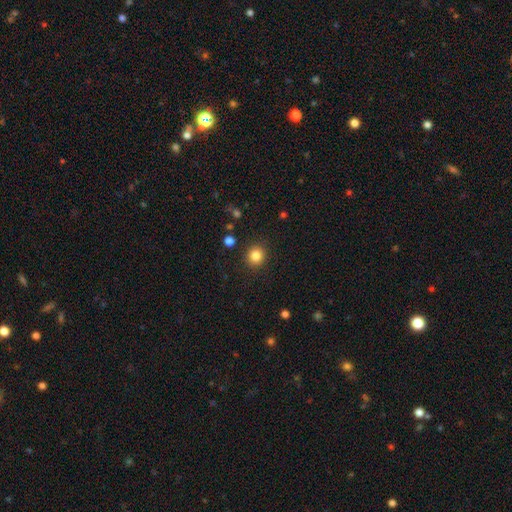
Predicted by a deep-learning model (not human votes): smooth_or_featured: smooth (p=0.84) [alt: star or artifact p=0.11]
how_rounded: round (p=0.88) [alt: in between p=0.11]
merging: none (p=0.90) [alt: minor disturbance p=0.06]